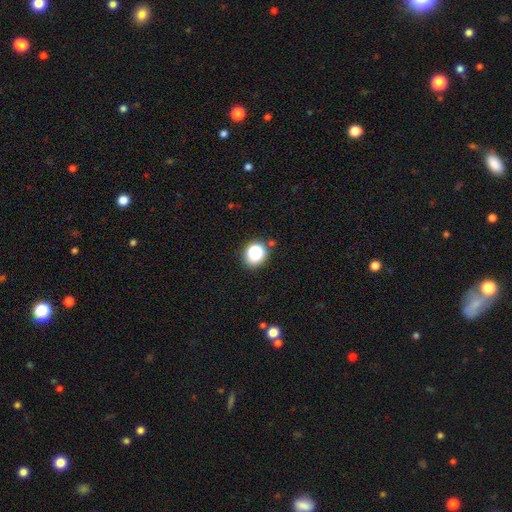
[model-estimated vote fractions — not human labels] A smooth galaxy with no disk features (71%) that is round (76%). Merging: none (79%).